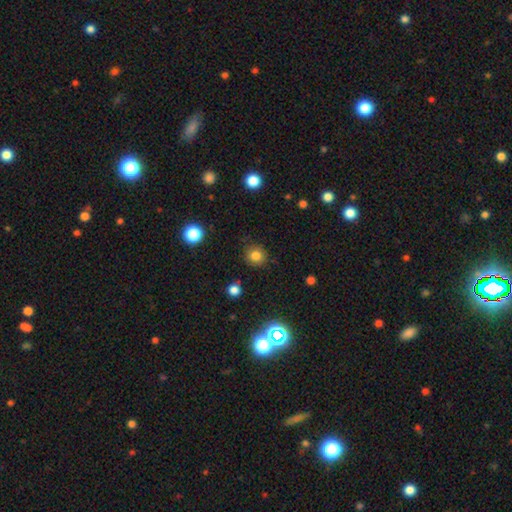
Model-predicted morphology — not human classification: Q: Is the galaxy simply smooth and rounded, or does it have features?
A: smooth — 80%.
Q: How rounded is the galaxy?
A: round — 90%.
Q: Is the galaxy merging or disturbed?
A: none — 87%.